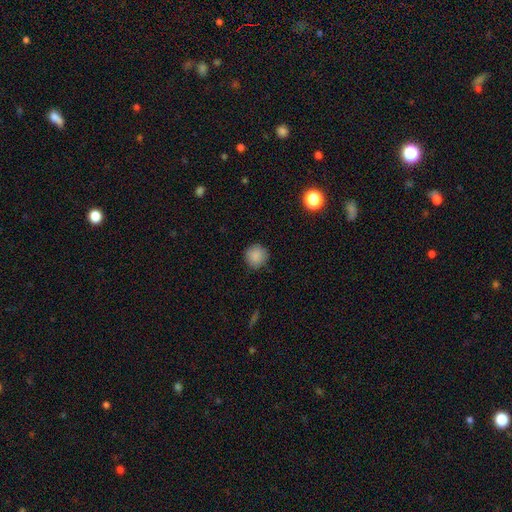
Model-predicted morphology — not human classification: smooth_or_featured: smooth (p=0.87) [alt: star or artifact p=0.09]
how_rounded: round (p=0.94) [alt: in between p=0.05]
merging: none (p=0.89) [alt: minor disturbance p=0.08]